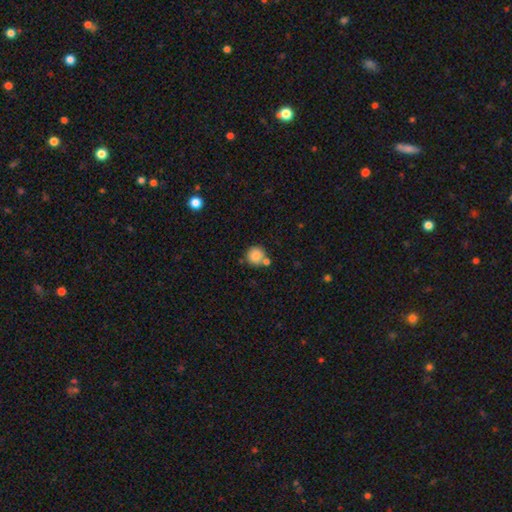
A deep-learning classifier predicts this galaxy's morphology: Smooth or featured: smooth — 84% (star or artifact — 9%)
How rounded: round — 92% (in between — 7%)
Merging: none — 66% (merger — 19%)